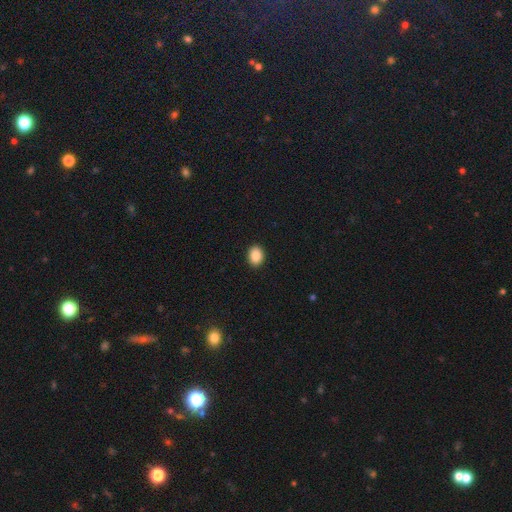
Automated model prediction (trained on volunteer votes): Overall: smooth (89%). How rounded: in between (59%; round 40%). Merging: none (92%).